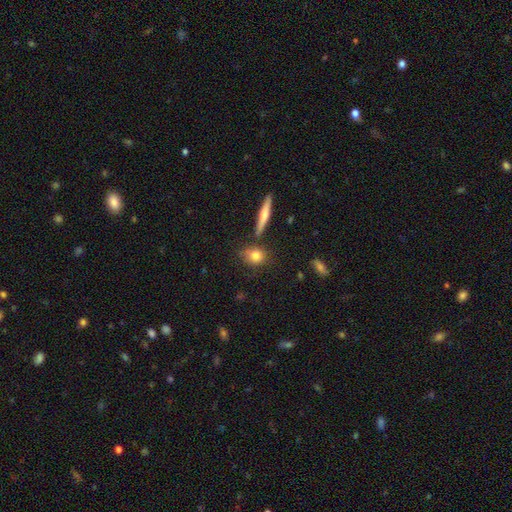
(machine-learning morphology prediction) A smooth galaxy with no disk features (77%) that is round (61%).

Vote fractions:
- Smooth or featured? smooth: 77% / featured or disk: 14% / star or artifact: 9%
- How rounded? round: 61% / in between: 32% / cigar-shaped: 6%
- Merging? none: 72% / minor disturbance: 15% / merger: 9% / major disturbance: 4%